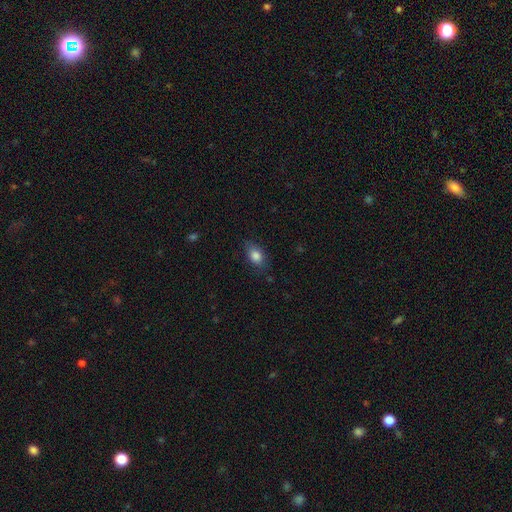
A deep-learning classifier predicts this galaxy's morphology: Smooth or featured? Predicted: smooth (p=0.84). How rounded? Predicted: in between (p=0.82). Merging? Predicted: none (p=0.76).